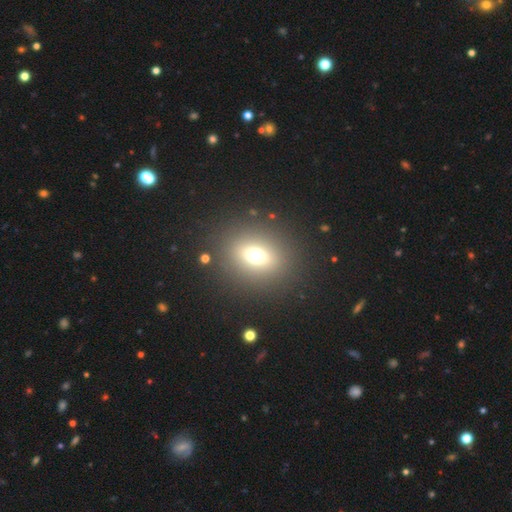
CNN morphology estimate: This is likely a smooth galaxy (65%). How rounded: likely round (66%). Merging: clearly none (86%).